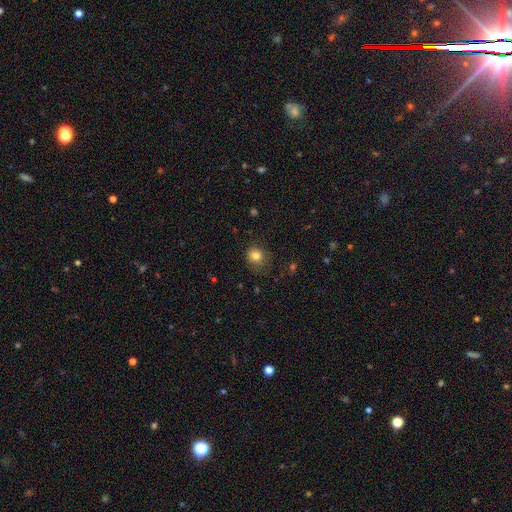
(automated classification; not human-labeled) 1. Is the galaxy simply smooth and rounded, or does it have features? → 81% smooth, 13% star or artifact, 6% featured or disk.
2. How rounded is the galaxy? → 82% round, 17% in between, 1% cigar-shaped.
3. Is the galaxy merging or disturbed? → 71% none, 20% minor disturbance, 7% major disturbance, 1% merger.